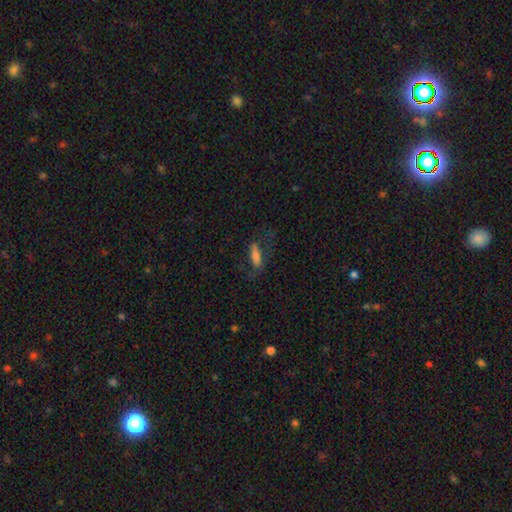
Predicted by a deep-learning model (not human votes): Morphology: type=smooth (65%); roundness=cigar-shaped (54%); merging=none (62%).